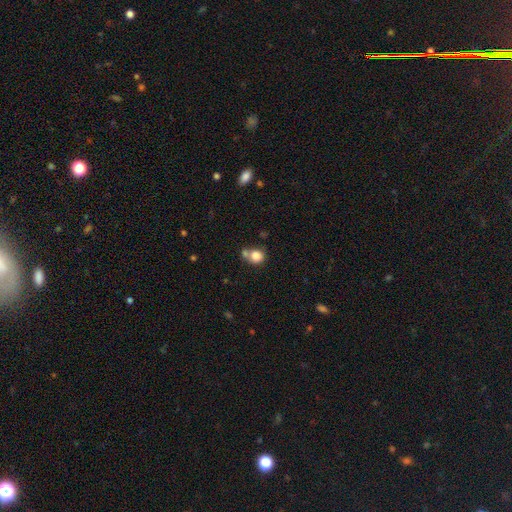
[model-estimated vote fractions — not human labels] The model was most divided on "merging": none: 50%, merger: 32%, minor disturbance: 13%, major disturbance: 6%. More confident: smooth or featured — smooth (83%); how rounded — round (79%).